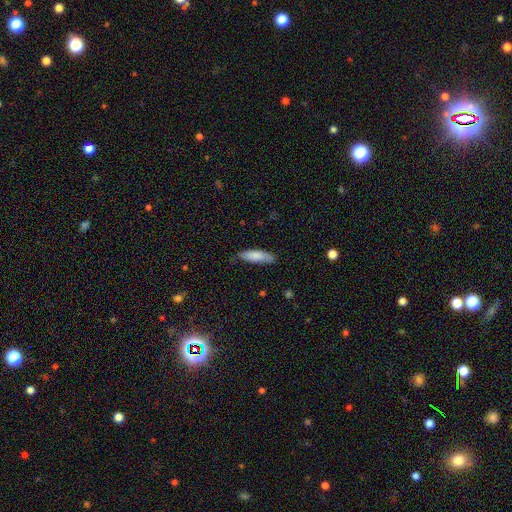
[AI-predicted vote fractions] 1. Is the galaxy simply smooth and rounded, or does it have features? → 81% smooth, 14% featured or disk, 6% star or artifact.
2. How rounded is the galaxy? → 57% cigar-shaped, 41% in between, 2% round.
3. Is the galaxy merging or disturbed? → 69% none, 25% minor disturbance, 4% major disturbance, 2% merger.